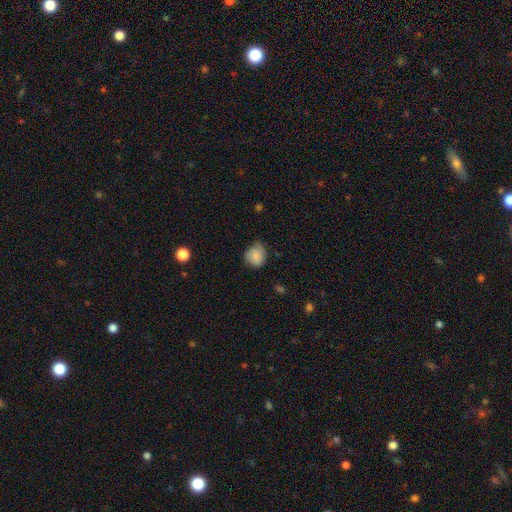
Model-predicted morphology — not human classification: smooth-or-featured: smooth: 84% | star or artifact: 8% | featured or disk: 8%
  how-rounded: round: 72% | in between: 28% | cigar-shaped: 1%
  merging: none: 63% | minor disturbance: 30% | major disturbance: 6% | merger: 1%